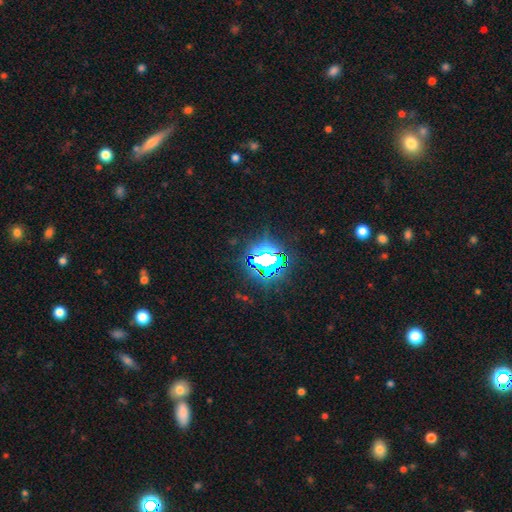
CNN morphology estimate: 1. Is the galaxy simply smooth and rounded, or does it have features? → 79% star or artifact, 12% smooth, 9% featured or disk.